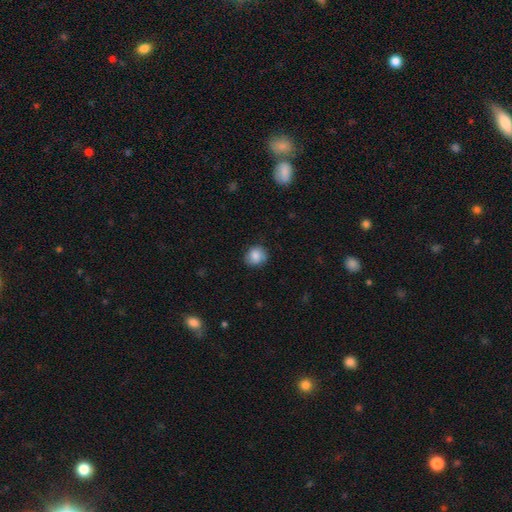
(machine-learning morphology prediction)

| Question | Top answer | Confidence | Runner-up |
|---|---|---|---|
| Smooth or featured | smooth | 85% | star or artifact (8%) |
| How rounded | round | 78% | in between (21%) |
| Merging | none | 82% | minor disturbance (14%) |